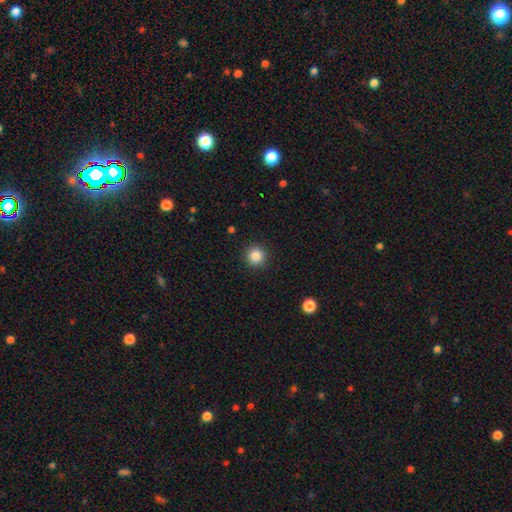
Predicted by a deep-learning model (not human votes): A smooth galaxy with no disk features (85%) that is round (95%). Merging: none (92%).